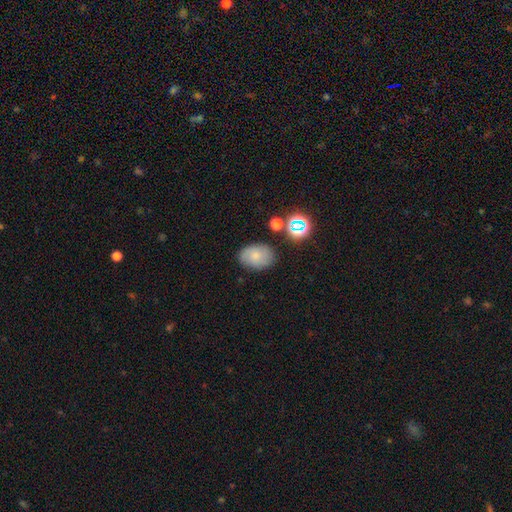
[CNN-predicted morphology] Smooth or featured: smooth — 71% (featured or disk — 17%)
How rounded: in between — 73% (round — 26%)
Merging: none — 75% (minor disturbance — 16%)